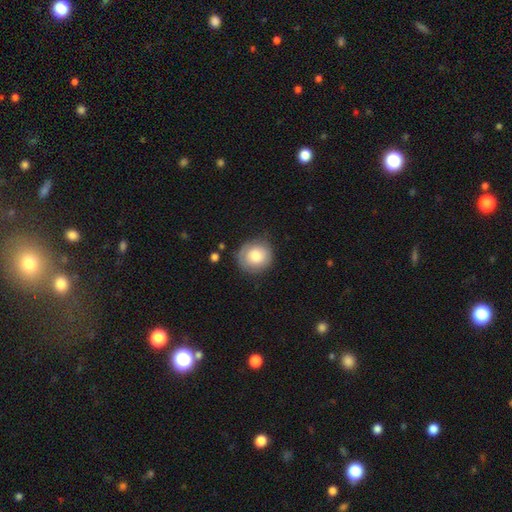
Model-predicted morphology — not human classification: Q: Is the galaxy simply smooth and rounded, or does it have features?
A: smooth — 72%.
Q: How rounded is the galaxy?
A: round — 87%.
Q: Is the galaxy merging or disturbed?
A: none — 77%.